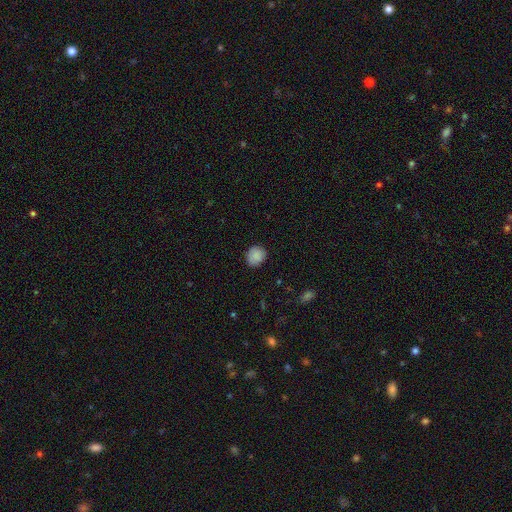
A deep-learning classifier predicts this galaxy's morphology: smooth 87%, star or artifact 8%, featured or disk 4%. Down the decision tree: how rounded — round (72%); merging — none (83%).